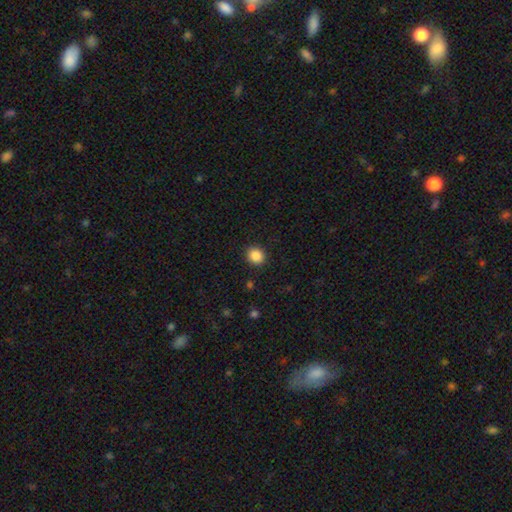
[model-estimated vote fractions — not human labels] Overall: smooth (87%). How rounded: round (83%). Merging: none (91%).